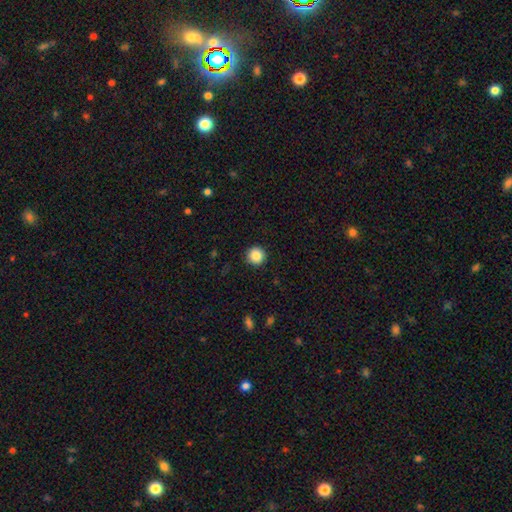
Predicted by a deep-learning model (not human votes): This is clearly a smooth galaxy (86%). How rounded: clearly round (95%). Merging: clearly none (92%).